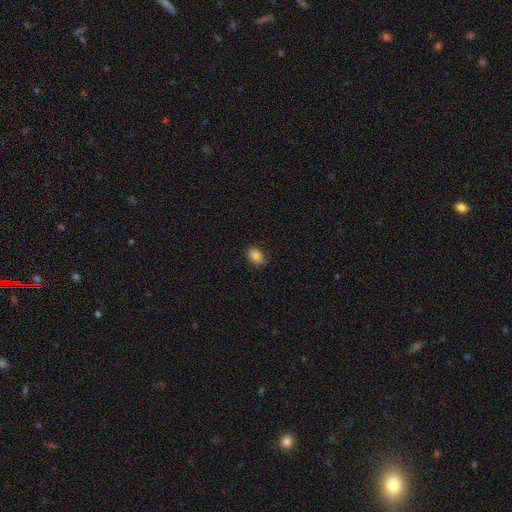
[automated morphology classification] type=smooth (84%); roundness=in between (83%); merging=none (78%).